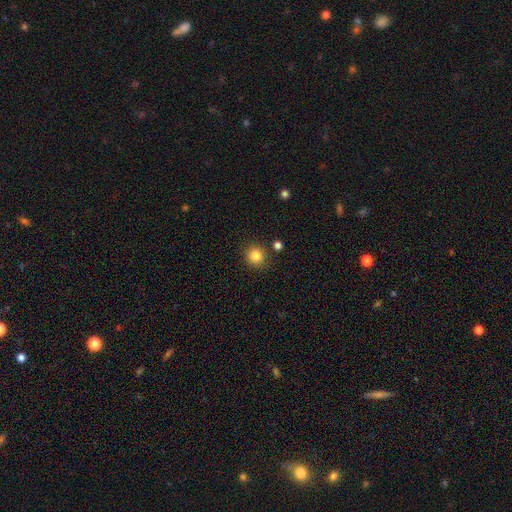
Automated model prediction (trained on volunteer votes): Smooth or featured? Predicted: smooth (p=0.84). How rounded? Predicted: round (p=0.92). Merging? Predicted: none (p=0.87).